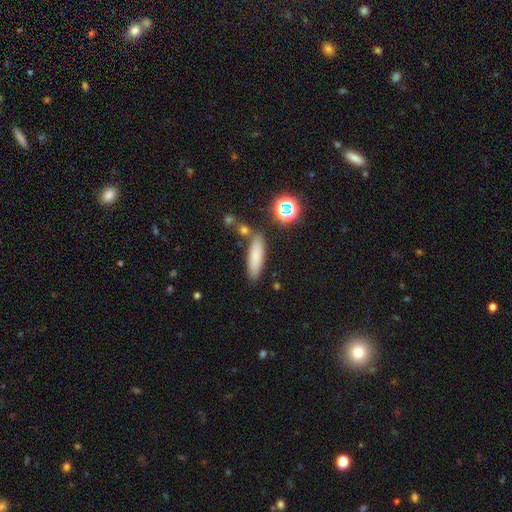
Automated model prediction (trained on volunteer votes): Smooth or featured? smooth (76%)
How rounded? cigar-shaped (58%)
Merging? none (78%)